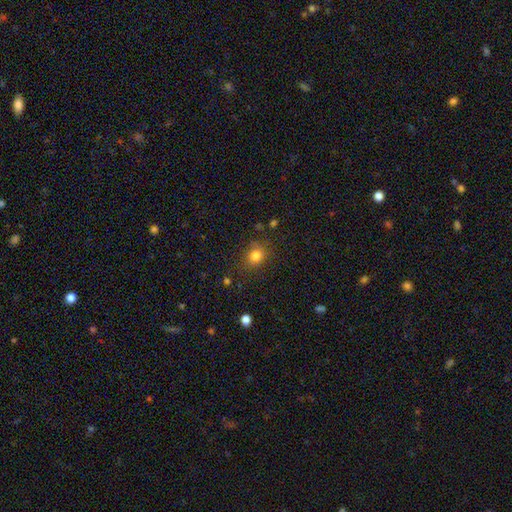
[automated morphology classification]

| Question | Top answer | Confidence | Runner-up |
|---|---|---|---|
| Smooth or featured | smooth | 80% | star or artifact (13%) |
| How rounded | round | 66% | in between (33%) |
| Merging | none | 80% | minor disturbance (14%) |